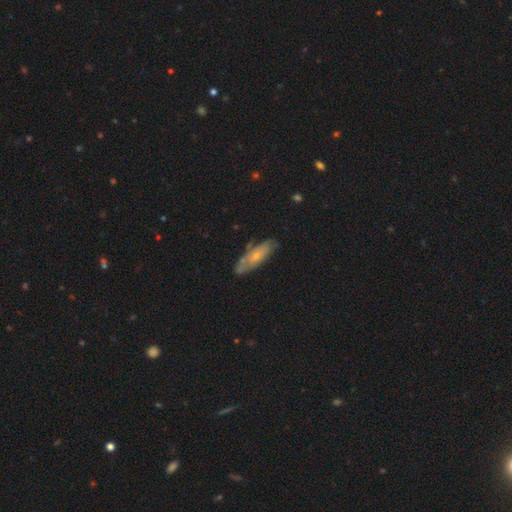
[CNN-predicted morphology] smooth-or-featured: featured or disk: 49% | smooth: 44% | star or artifact: 7%
  merging: none: 68% | minor disturbance: 23% | major disturbance: 6% | merger: 4%